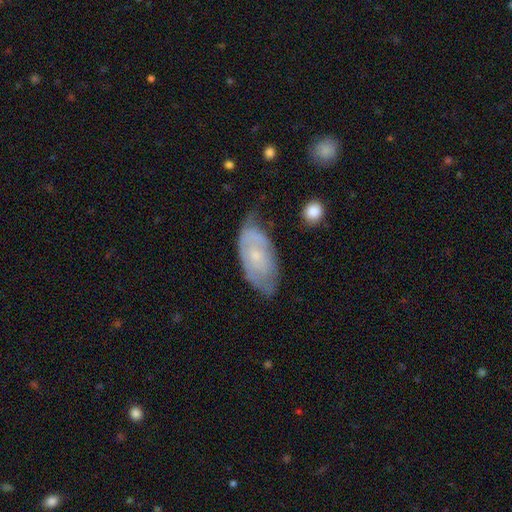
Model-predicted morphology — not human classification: featured or disk 58%, smooth 35%, star or artifact 7%. Down the decision tree: edge-on disk — no (92%); bar — no (78%); spiral arms — yes (69%); bulge size — small (69%); merging — none (53%).